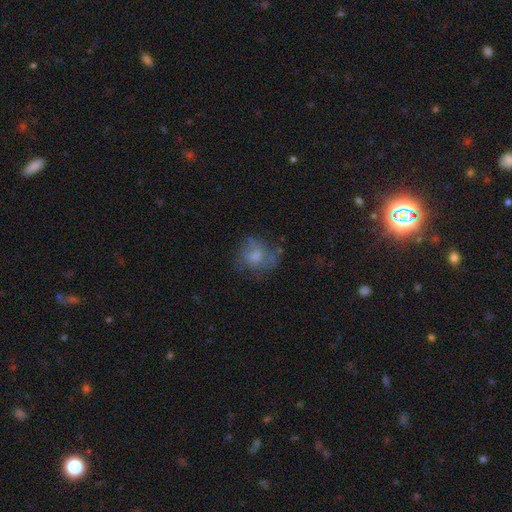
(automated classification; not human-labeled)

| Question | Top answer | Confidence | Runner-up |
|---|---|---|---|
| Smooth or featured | smooth | 57% | featured or disk (32%) |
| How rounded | round | 67% | in between (32%) |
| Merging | none | 49% | minor disturbance (24%) |